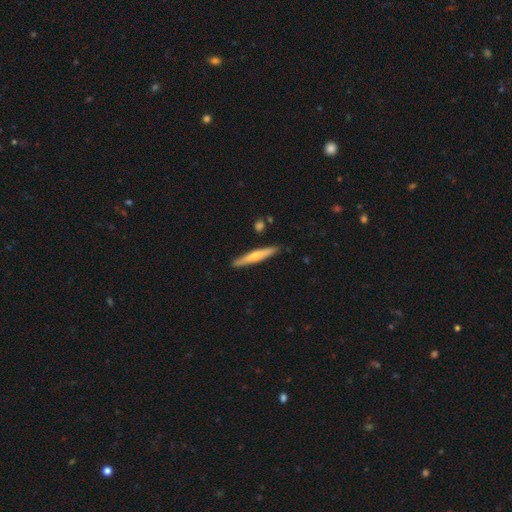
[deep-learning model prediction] smooth-or-featured: smooth: 48% | featured or disk: 47% | star or artifact: 5%
  merging: none: 88% | minor disturbance: 8% | merger: 2% | major disturbance: 2%